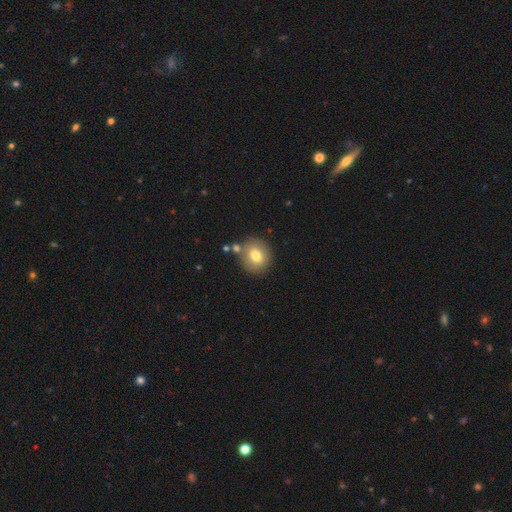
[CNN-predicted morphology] This is likely a smooth galaxy (76%). How rounded: likely round (78%). Merging: likely none (78%).